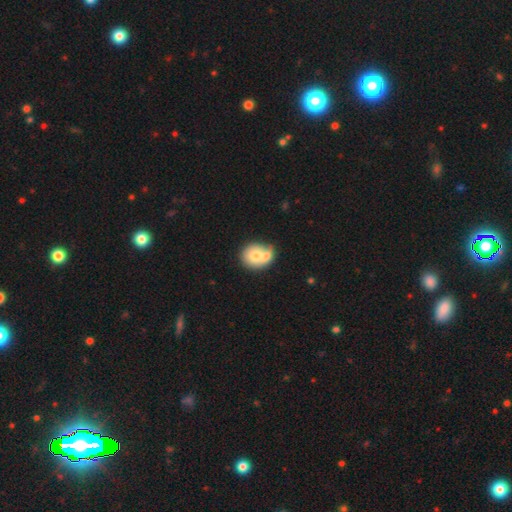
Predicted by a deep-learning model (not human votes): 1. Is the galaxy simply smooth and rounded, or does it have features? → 69% smooth, 24% featured or disk, 7% star or artifact.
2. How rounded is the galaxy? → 68% round, 31% in between, 1% cigar-shaped.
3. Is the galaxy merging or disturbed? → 55% merger, 30% none, 11% minor disturbance, 4% major disturbance.